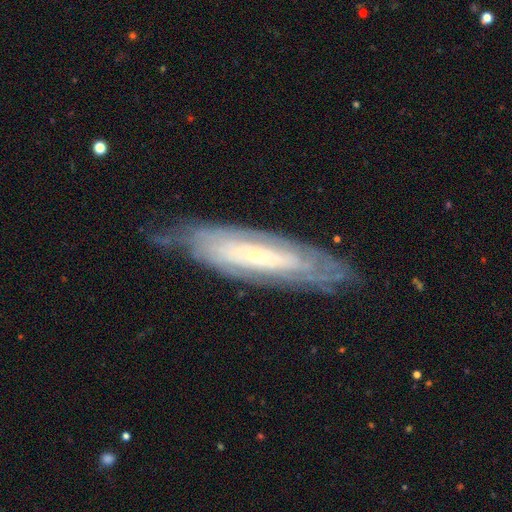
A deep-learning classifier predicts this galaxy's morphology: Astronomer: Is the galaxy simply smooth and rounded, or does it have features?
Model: featured or disk — 74%.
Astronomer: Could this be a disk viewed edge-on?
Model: no — 71%.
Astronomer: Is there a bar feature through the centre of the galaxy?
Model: no — 67%.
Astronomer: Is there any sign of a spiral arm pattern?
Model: yes — 80%.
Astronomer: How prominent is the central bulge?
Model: small — 74%.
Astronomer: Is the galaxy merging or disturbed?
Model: none — 72%.